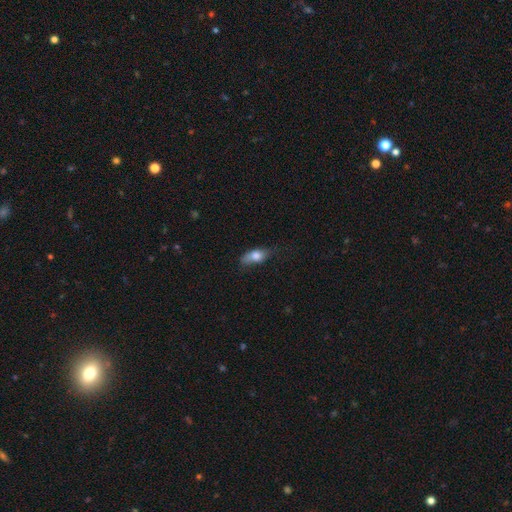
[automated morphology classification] Q: Smooth or featured?
A: smooth (75%); runner-up: featured or disk (18%)
Q: How rounded?
A: in between (78%); runner-up: cigar-shaped (15%)
Q: Merging?
A: none (55%); runner-up: minor disturbance (33%)